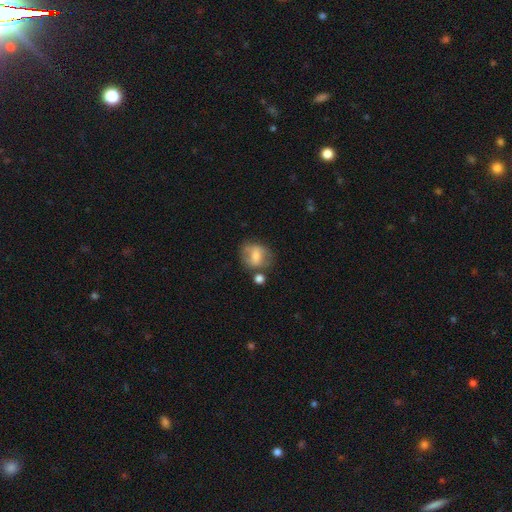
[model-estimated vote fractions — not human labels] Smooth or featured? smooth (59%)
How rounded? round (53%)
Merging? none (53%)